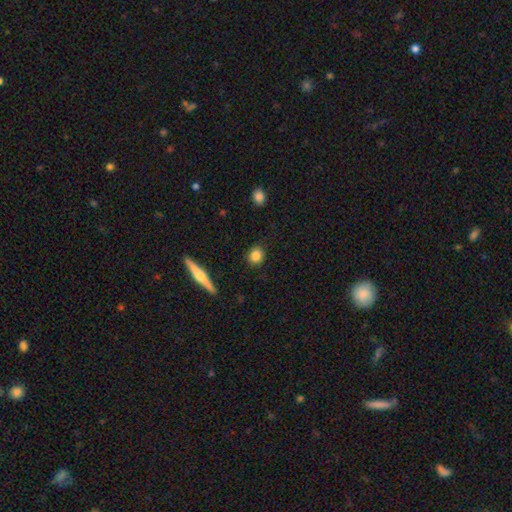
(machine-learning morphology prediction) smooth 83%, star or artifact 9%, featured or disk 8%. Down the decision tree: how rounded — round (72%); merging — none (87%).